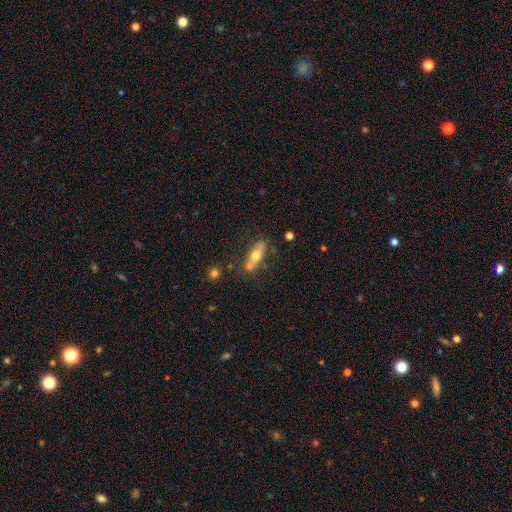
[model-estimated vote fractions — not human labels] Q: Smooth or featured?
A: smooth (57%); runner-up: featured or disk (35%)
Q: How rounded?
A: in between (56%); runner-up: cigar-shaped (39%)
Q: Merging?
A: none (62%); runner-up: merger (18%)